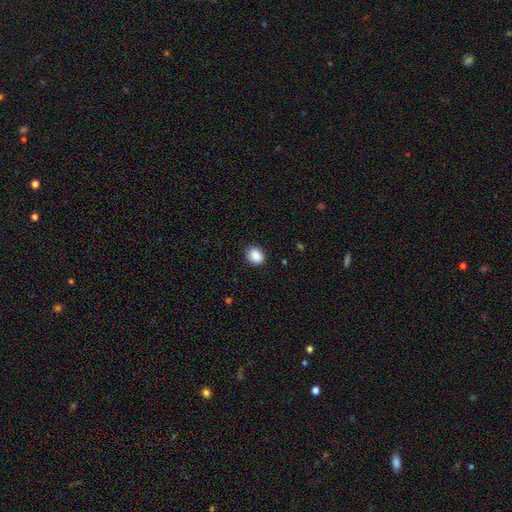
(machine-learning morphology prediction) Q: Smooth or featured?
A: smooth (86%); runner-up: star or artifact (8%)
Q: How rounded?
A: round (56%); runner-up: in between (43%)
Q: Merging?
A: none (83%); runner-up: minor disturbance (13%)